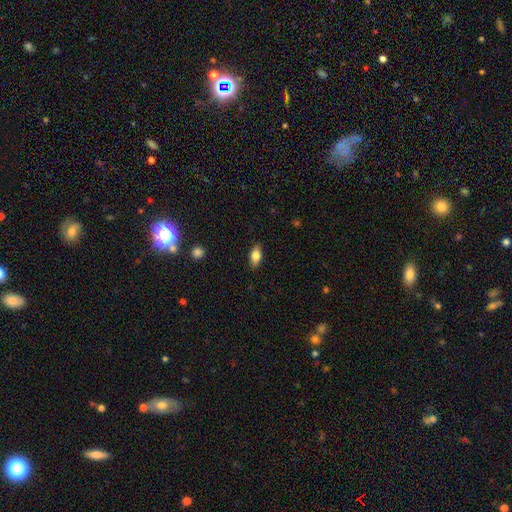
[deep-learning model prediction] Morphology: type=smooth (75%); roundness=in between (86%); merging=none (87%).